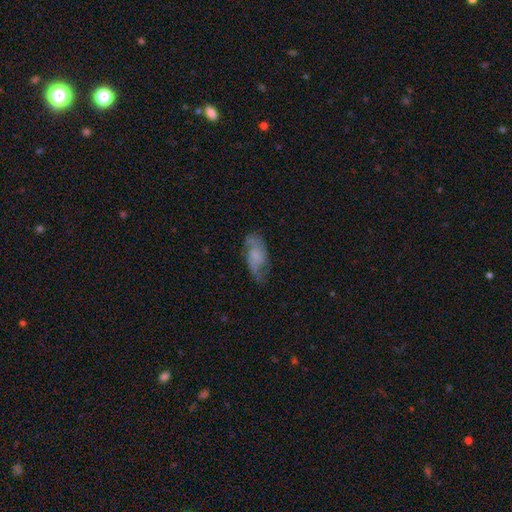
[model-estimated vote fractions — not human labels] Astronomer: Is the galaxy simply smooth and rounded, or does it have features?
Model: featured or disk — 66%.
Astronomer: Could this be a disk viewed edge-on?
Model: no — 94%.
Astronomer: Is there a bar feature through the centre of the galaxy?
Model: no — 62%.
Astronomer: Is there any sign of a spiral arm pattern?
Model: yes — 90%.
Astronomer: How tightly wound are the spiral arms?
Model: loose — 43% (runner-up: medium, 41%).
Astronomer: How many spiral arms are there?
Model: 2 — 83%.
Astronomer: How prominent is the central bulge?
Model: none — 53%.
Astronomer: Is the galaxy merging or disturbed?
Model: none — 66%.